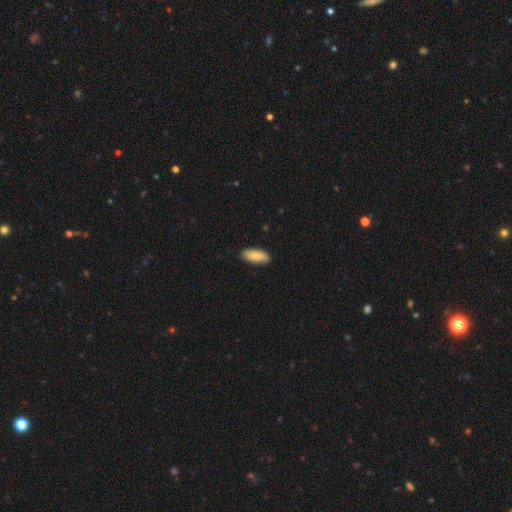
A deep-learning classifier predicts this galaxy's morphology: Smooth or featured?
  - smooth: 86% *
  - featured or disk: 8%
  - star or artifact: 6%
How rounded?
  - in between: 78% *
  - cigar-shaped: 20%
  - round: 2%
Merging?
  - none: 86% *
  - minor disturbance: 11%
  - major disturbance: 2%
  - merger: 1%